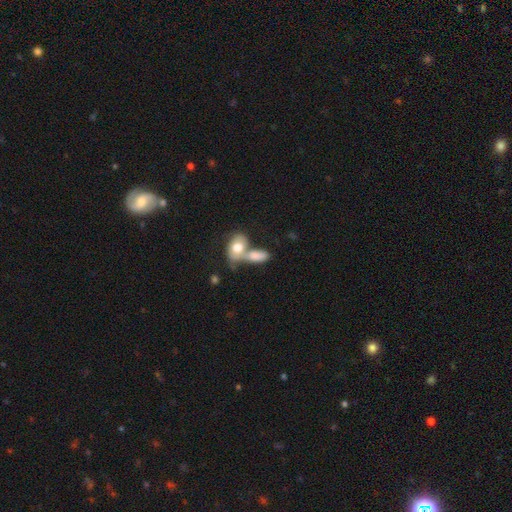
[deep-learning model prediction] This appears to be a smooth galaxy with no disk features (74%) that is in between round and cigar-shaped (86%). Merging: merger (66%).